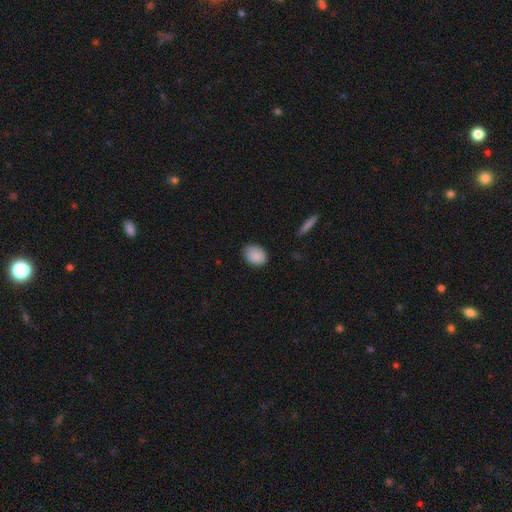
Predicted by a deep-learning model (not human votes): Overall: smooth (89%). How rounded: in between (70%). Merging: none (82%).